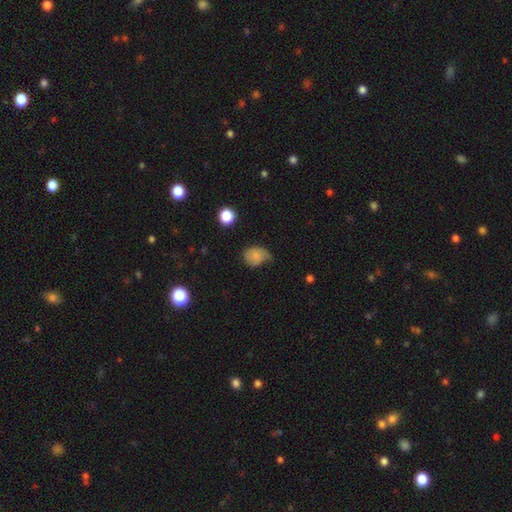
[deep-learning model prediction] A smooth galaxy with no disk features (72%) that is round (51%).

Vote fractions:
- Smooth or featured? smooth: 72% / featured or disk: 17% / star or artifact: 11%
- How rounded? round: 51% / in between: 48% / cigar-shaped: 1%
- Merging? minor disturbance: 44% / none: 35% / major disturbance: 18% / merger: 3%